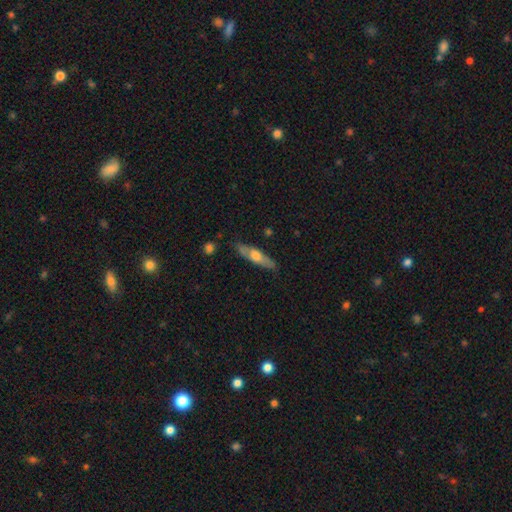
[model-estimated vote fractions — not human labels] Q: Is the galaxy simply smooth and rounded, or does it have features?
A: featured or disk — 50%.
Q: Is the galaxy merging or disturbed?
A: none — 83%.